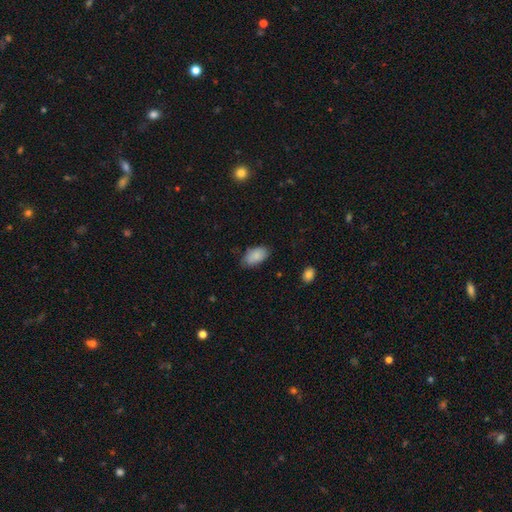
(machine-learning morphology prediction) smooth_or_featured: smooth (p=0.85) [alt: featured or disk p=0.08]
how_rounded: in between (p=0.94) [alt: round p=0.04]
merging: none (p=0.71) [alt: minor disturbance p=0.23]